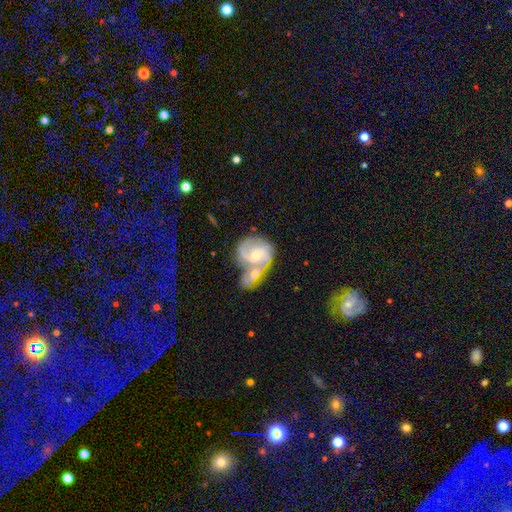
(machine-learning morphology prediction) smooth_or_featured: featured or disk (p=0.77) [alt: smooth p=0.17]
disk_edge_on: no (p=0.97) [alt: yes p=0.03]
bar: no (p=0.49) [alt: weak p=0.41]
has_spiral_arms: yes (p=0.89) [alt: no p=0.11]
spiral_winding: medium (p=0.47) [alt: tight p=0.33]
spiral_arm_count: 2 (p=0.57) [alt: can't tell p=0.19]
bulge_size: moderate (p=0.58) [alt: small p=0.37]
merging: merger (p=0.63) [alt: none p=0.21]